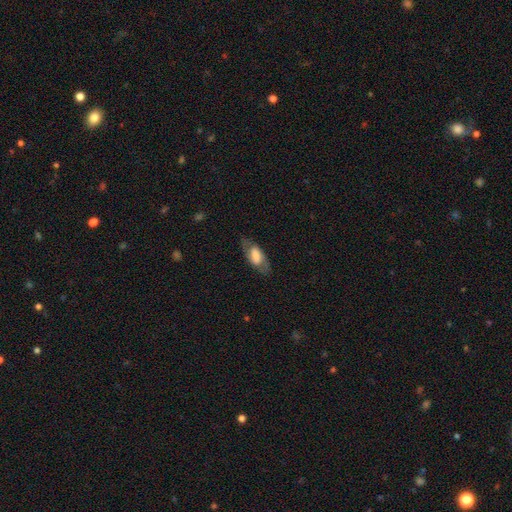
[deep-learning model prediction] The model was most divided on "smooth or featured": smooth: 50%, featured or disk: 43%, star or artifact: 7%. More confident: merging — none (75%).